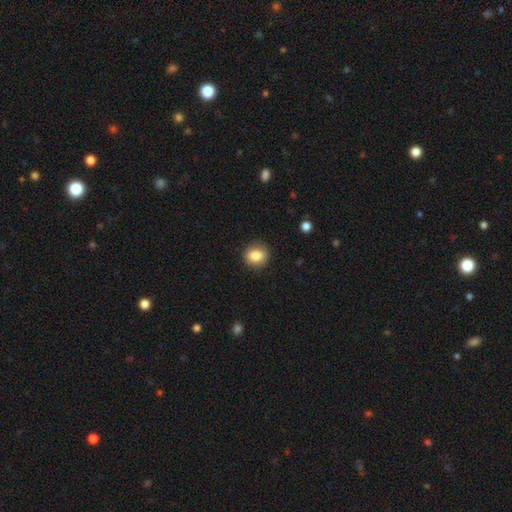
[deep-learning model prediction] Smooth or featured? smooth (85%)
How rounded? round (68%)
Merging? none (87%)